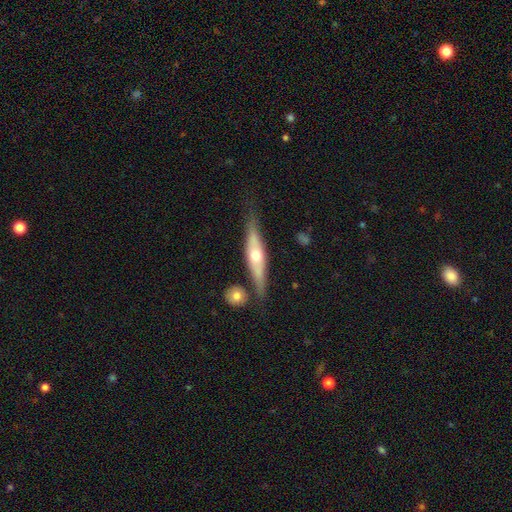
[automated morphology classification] smooth-or-featured: featured or disk: 60% | smooth: 35% | star or artifact: 5%
  disk-edge-on: yes: 86% | no: 14%
    edge-on-bulge: rounded: 90% | none: 5% | boxy: 5%
  merging: none: 73% | minor disturbance: 16% | merger: 7% | major disturbance: 4%